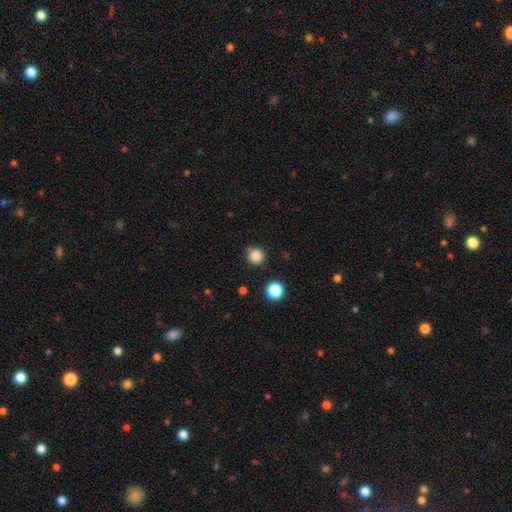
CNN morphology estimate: Smooth or featured: smooth — 85% (star or artifact — 12%)
How rounded: round — 95% (in between — 4%)
Merging: none — 85% (minor disturbance — 10%)